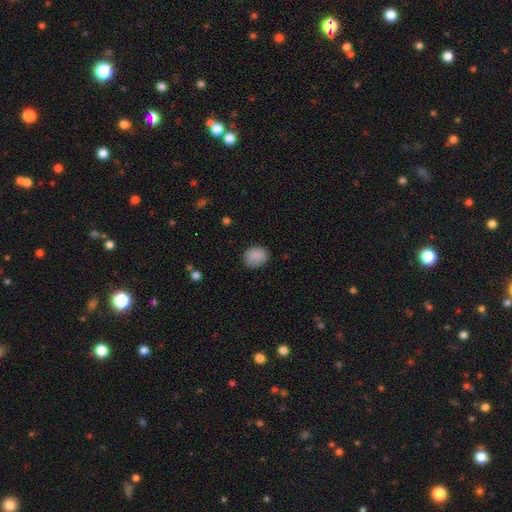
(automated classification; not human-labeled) Smooth or featured: smooth — 88% (star or artifact — 9%)
How rounded: round — 50% (in between — 49%)
Merging: none — 83% (minor disturbance — 13%)